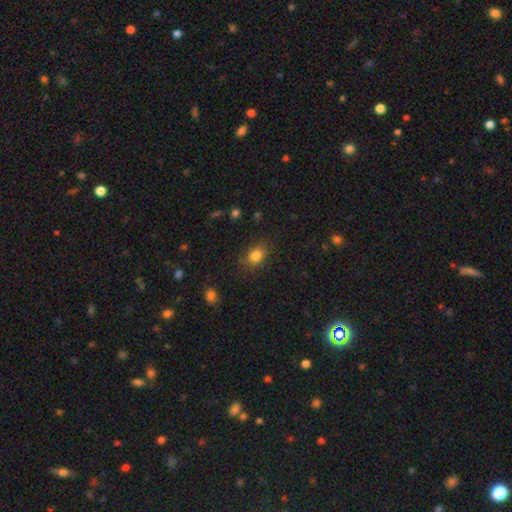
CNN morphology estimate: Overall: smooth (83%). How rounded: in between (67%; round 31%). Merging: none (79%).